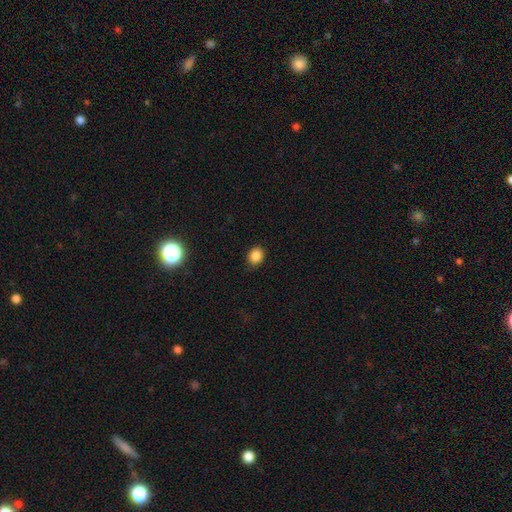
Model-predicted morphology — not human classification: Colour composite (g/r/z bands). It shows a smooth galaxy with no disk features (85%) that is round (56%). Merging: none (84%).